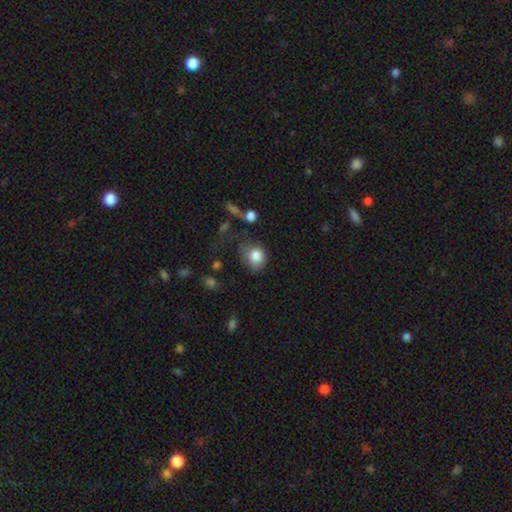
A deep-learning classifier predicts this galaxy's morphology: The model was most divided on "merging": none: 48%, minor disturbance: 30%, major disturbance: 18%, merger: 5%. More confident: smooth or featured — smooth (83%); how rounded — round (59%).